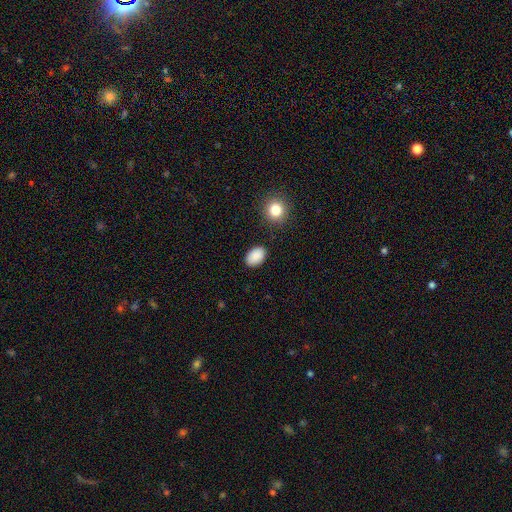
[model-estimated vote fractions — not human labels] This is clearly a smooth galaxy (89%). How rounded: clearly in between (85%). Merging: clearly none (85%).